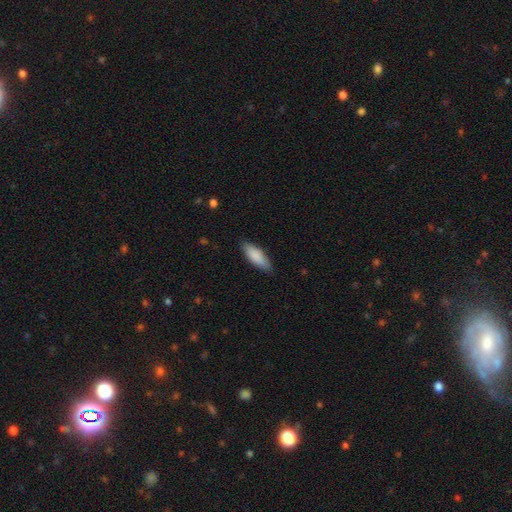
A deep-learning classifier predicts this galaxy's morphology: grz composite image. It shows a smooth galaxy with no disk features (86%) that is in between round and cigar-shaped (63%). Merging: none (83%).